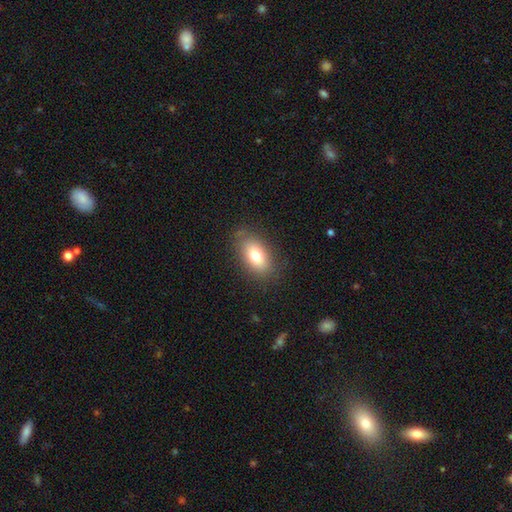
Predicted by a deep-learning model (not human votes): Smooth or featured: smooth — 77% (featured or disk — 14%)
How rounded: in between — 88% (round — 8%)
Merging: none — 82% (minor disturbance — 12%)